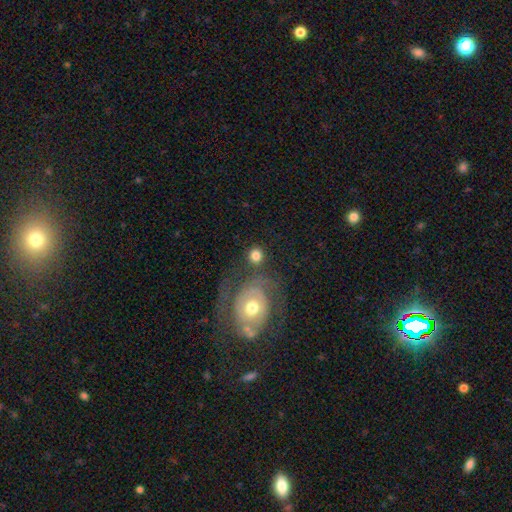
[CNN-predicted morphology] Smooth or featured? Predicted: smooth (p=0.75). How rounded? Predicted: round (p=0.86). Merging? Predicted: none (p=0.69).